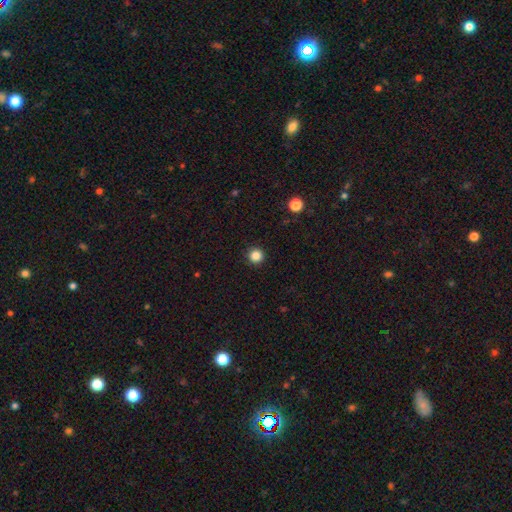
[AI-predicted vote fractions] A smooth galaxy with no disk features (86%) that is round (96%). Merging: none (93%).